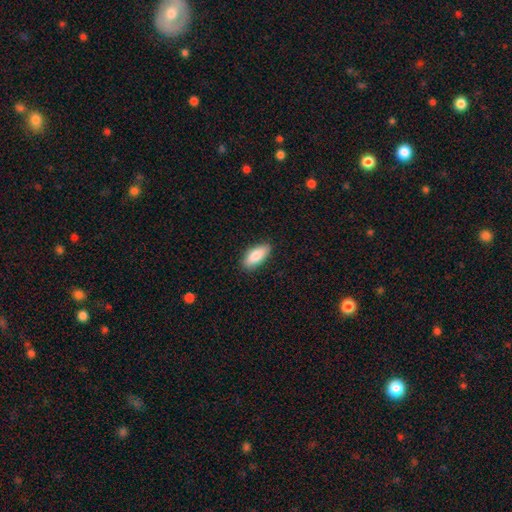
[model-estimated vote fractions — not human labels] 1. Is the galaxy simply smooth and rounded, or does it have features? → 83% smooth, 11% featured or disk, 6% star or artifact.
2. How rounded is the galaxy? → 79% in between, 19% cigar-shaped, 2% round.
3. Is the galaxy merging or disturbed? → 88% none, 9% minor disturbance, 2% major disturbance, 1% merger.